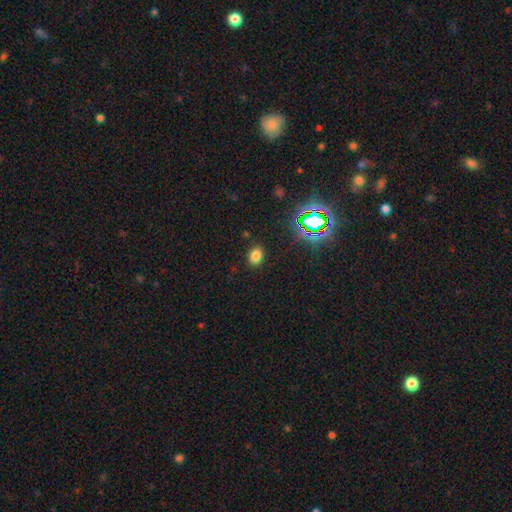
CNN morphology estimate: Smooth or featured? Predicted: smooth (p=0.76). How rounded? Predicted: in between (p=0.67). Merging? Predicted: none (p=0.87).